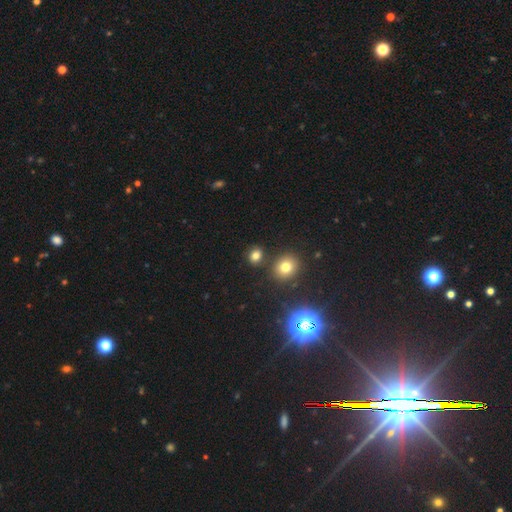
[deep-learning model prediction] This is likely a smooth galaxy (75%). How rounded: likely round (70%). Merging: likely none (79%).